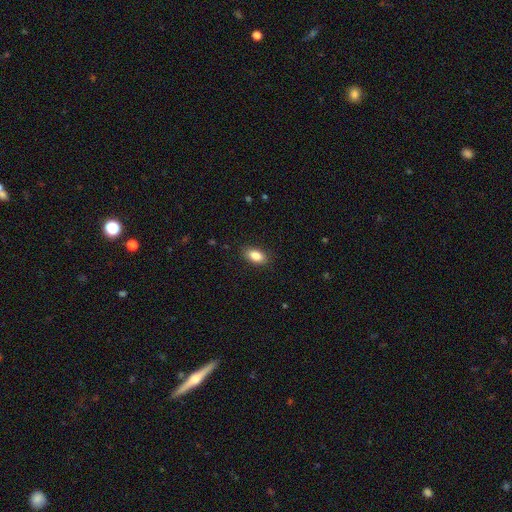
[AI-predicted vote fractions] A smooth galaxy with no disk features (86%) that is in between round and cigar-shaped (91%).

Vote fractions:
- Smooth or featured? smooth: 86% / star or artifact: 8% / featured or disk: 6%
- How rounded? in between: 91% / round: 6% / cigar-shaped: 3%
- Merging? none: 87% / minor disturbance: 9% / major disturbance: 2% / merger: 1%